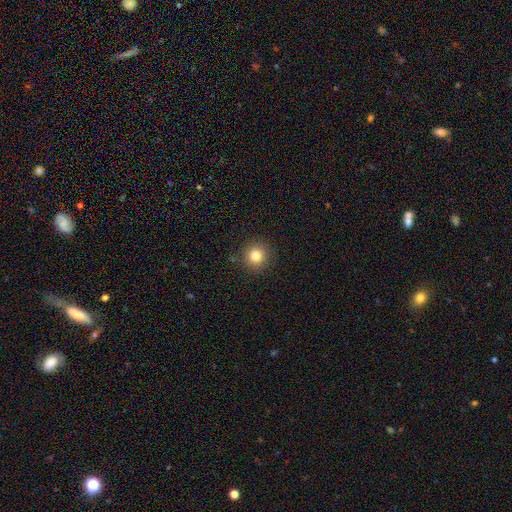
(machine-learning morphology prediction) Q: Smooth or featured?
A: smooth (81%); runner-up: star or artifact (12%)
Q: How rounded?
A: round (93%); runner-up: in between (6%)
Q: Merging?
A: none (89%); runner-up: minor disturbance (7%)